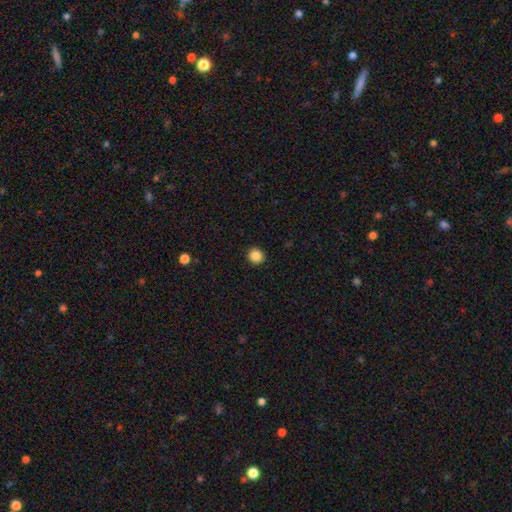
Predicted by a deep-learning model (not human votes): smooth-or-featured: smooth: 86% | star or artifact: 11% | featured or disk: 3%
  how-rounded: round: 91% | in between: 8% | cigar-shaped: 1%
  merging: none: 92% | minor disturbance: 5% | major disturbance: 2% | merger: 1%